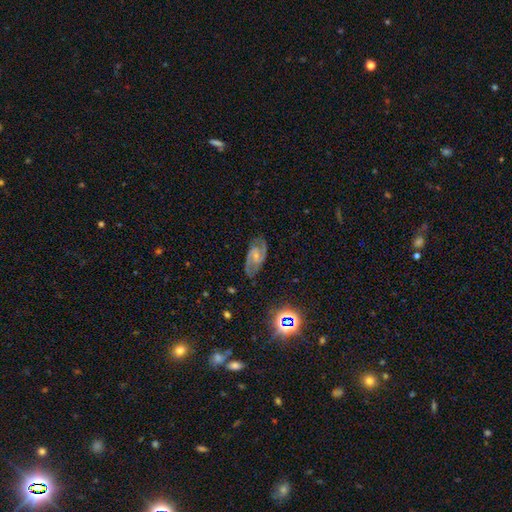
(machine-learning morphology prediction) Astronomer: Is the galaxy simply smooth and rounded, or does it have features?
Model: featured or disk — 82%.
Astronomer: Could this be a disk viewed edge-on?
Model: no — 96%.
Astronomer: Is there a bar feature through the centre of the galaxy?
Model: weak — 46% (runner-up: no, 39%).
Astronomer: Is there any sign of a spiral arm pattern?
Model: yes — 96%.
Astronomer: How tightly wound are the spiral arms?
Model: medium — 56%.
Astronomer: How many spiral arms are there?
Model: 2 — 88%.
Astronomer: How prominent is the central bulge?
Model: small — 62%.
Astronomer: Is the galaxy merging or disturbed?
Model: none — 77%.